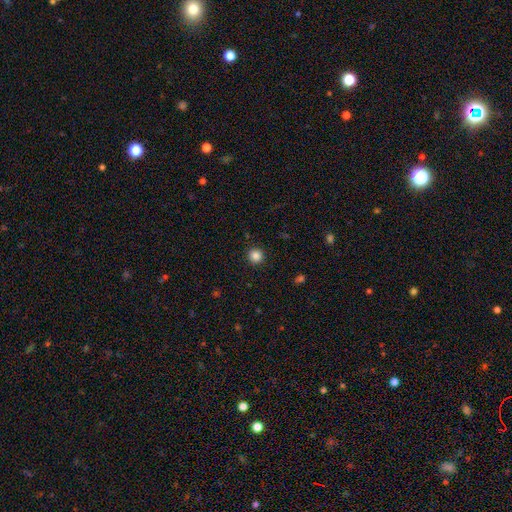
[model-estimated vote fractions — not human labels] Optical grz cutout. It shows a smooth galaxy with no disk features (85%) that is round (95%). Merging: none (93%).